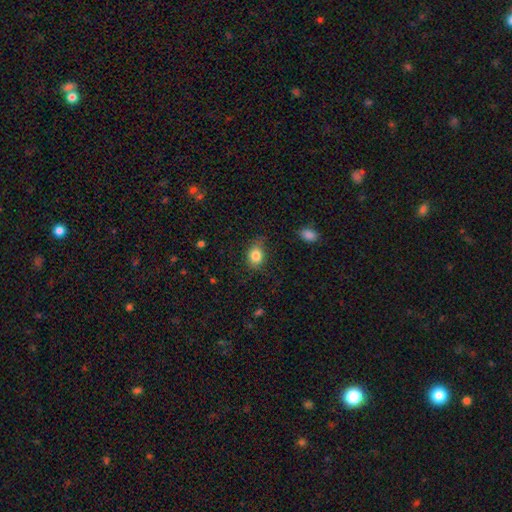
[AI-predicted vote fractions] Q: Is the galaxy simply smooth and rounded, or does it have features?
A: smooth — 83%.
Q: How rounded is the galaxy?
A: in between — 57%.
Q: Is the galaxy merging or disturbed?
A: none — 69%.